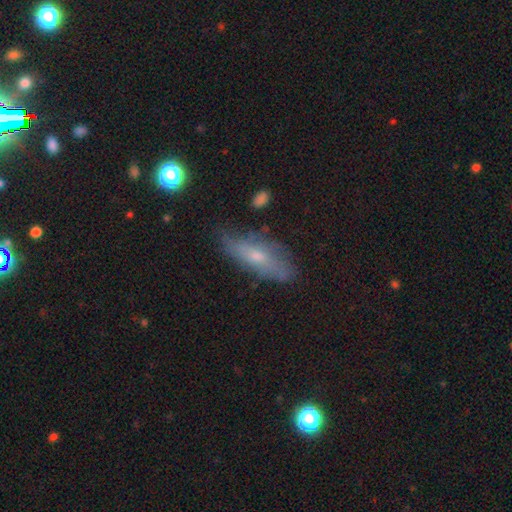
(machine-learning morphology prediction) The model was most divided on "smooth or featured": featured or disk: 46%, smooth: 43%, star or artifact: 11%. More confident: merging — none (70%).